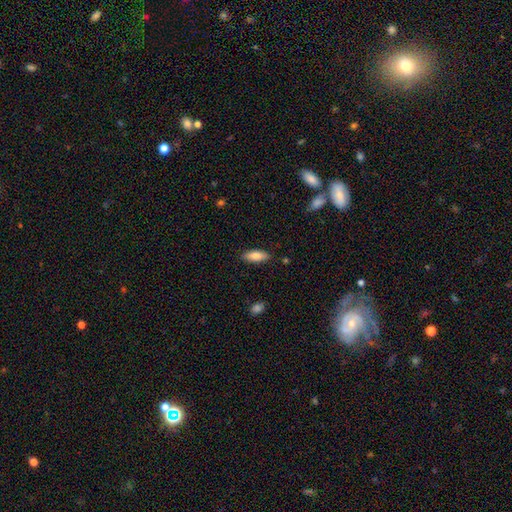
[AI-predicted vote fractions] A smooth galaxy with no disk features (79%) that is in between round and cigar-shaped (71%).

Vote fractions:
- Smooth or featured? smooth: 79% / featured or disk: 14% / star or artifact: 6%
- How rounded? in between: 71% / cigar-shaped: 27% / round: 2%
- Merging? none: 87% / minor disturbance: 10% / major disturbance: 2% / merger: 1%